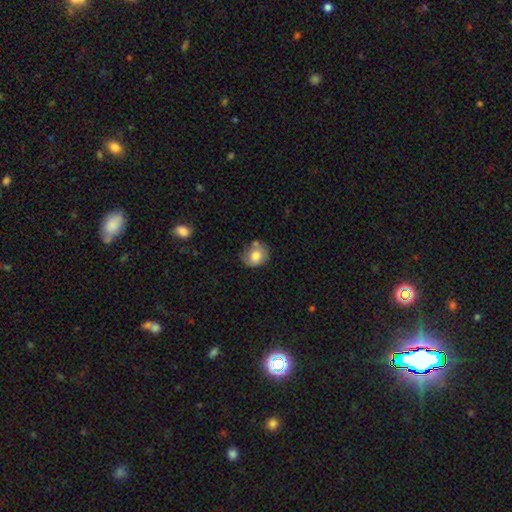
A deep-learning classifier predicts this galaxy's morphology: Smooth or featured?
  - smooth: 77% *
  - featured or disk: 15%
  - star or artifact: 8%
How rounded?
  - round: 61% *
  - in between: 38%
  - cigar-shaped: 1%
Merging?
  - none: 61% *
  - minor disturbance: 23%
  - merger: 10%
  - major disturbance: 6%